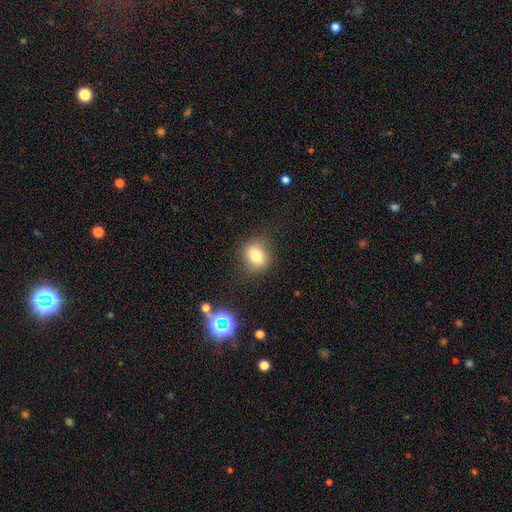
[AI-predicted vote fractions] The model was most divided on "how rounded": round: 57%, in between: 41%, cigar-shaped: 2%. More confident: merging — none (78%); smooth or featured — smooth (77%).